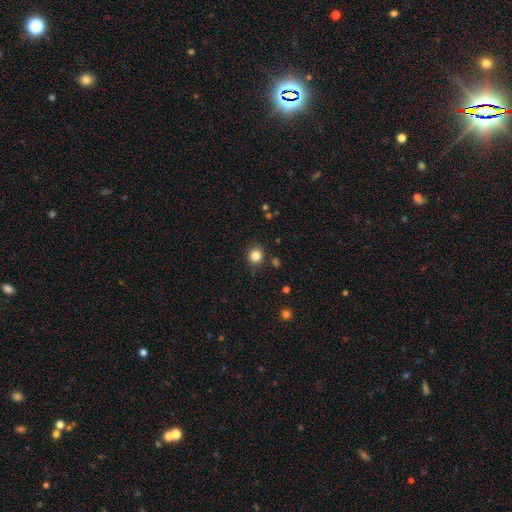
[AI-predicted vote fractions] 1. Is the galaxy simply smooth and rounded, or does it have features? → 84% smooth, 12% star or artifact, 5% featured or disk.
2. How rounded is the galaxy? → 89% round, 10% in between, 1% cigar-shaped.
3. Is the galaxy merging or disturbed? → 86% none, 8% minor disturbance, 3% merger, 3% major disturbance.